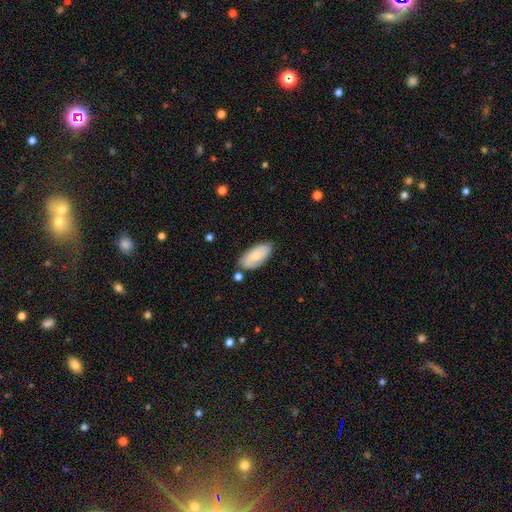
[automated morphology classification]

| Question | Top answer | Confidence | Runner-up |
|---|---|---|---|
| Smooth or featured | smooth | 65% | featured or disk (29%) |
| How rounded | in between | 93% | cigar-shaped (5%) |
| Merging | none | 73% | minor disturbance (18%) |